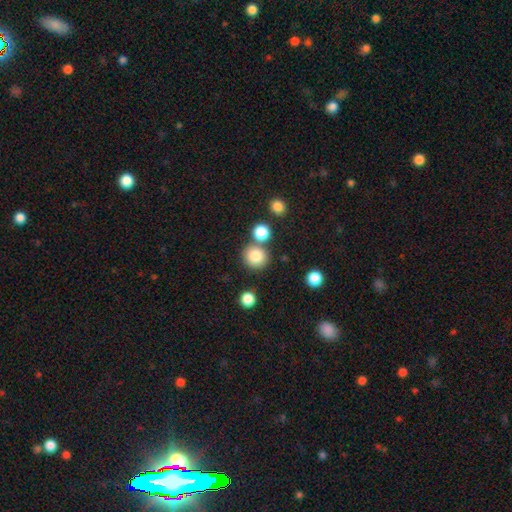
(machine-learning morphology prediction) Q: Smooth or featured?
A: smooth (83%); runner-up: star or artifact (11%)
Q: How rounded?
A: round (90%); runner-up: in between (9%)
Q: Merging?
A: none (72%); runner-up: merger (17%)